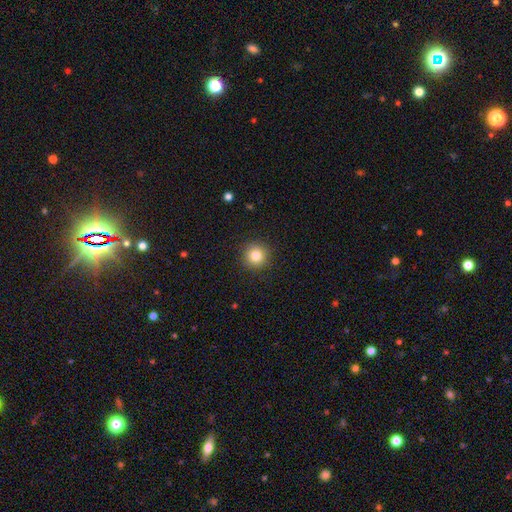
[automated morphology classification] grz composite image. It shows a smooth galaxy with no disk features (82%) that is round (95%). Merging: none (91%).